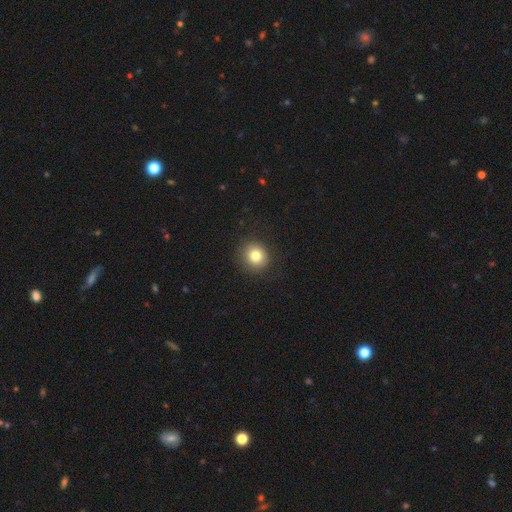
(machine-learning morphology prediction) The model was most divided on "smooth or featured": smooth: 81%, star or artifact: 11%, featured or disk: 8%. More confident: merging — none (90%); how rounded — round (87%).